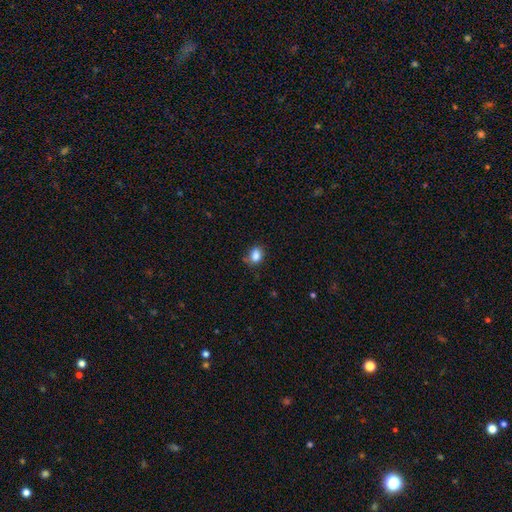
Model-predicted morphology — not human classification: Smooth or featured? Predicted: smooth (p=0.85). How rounded? Predicted: in between (p=0.53). Merging? Predicted: none (p=0.70).